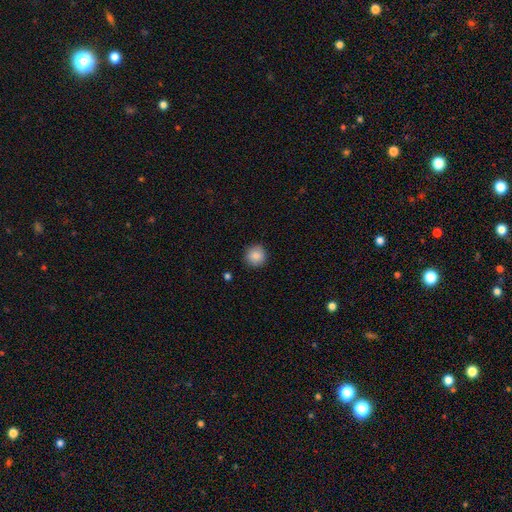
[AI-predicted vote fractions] Smooth or featured: smooth — 87% (star or artifact — 9%)
How rounded: round — 94% (in between — 5%)
Merging: none — 90% (minor disturbance — 7%)